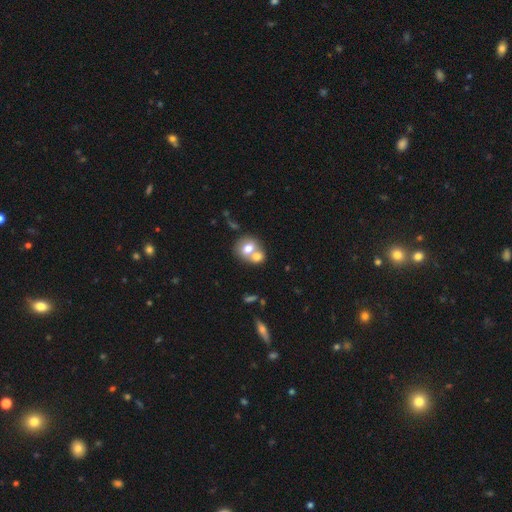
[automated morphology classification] smooth_or_featured: smooth (p=0.68) [alt: featured or disk p=0.22]
how_rounded: round (p=0.65) [alt: in between p=0.34]
merging: merger (p=0.60) [alt: none p=0.30]